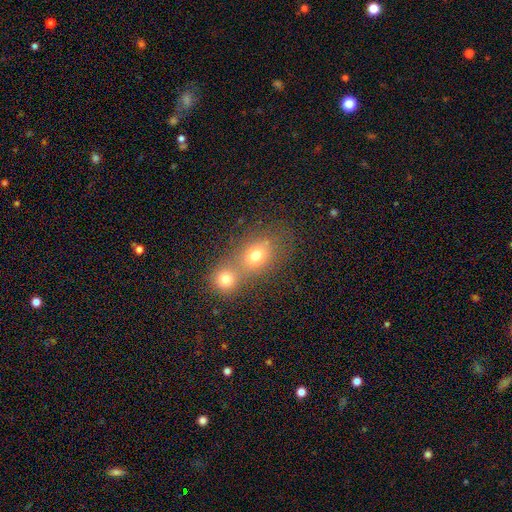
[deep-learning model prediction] smooth-or-featured: smooth: 73% | featured or disk: 14% | star or artifact: 13%
  how-rounded: round: 52% | in between: 46% | cigar-shaped: 2%
  merging: merger: 61% | none: 29% | minor disturbance: 7% | major disturbance: 4%